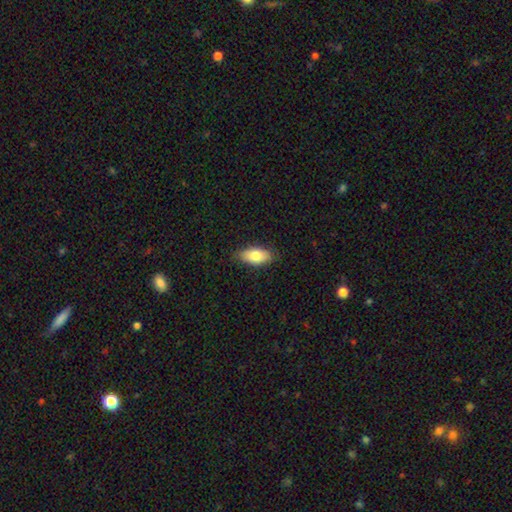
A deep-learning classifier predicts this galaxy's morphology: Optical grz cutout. It shows a smooth galaxy with no disk features (79%) that is in between round and cigar-shaped (90%). Merging: none (83%).